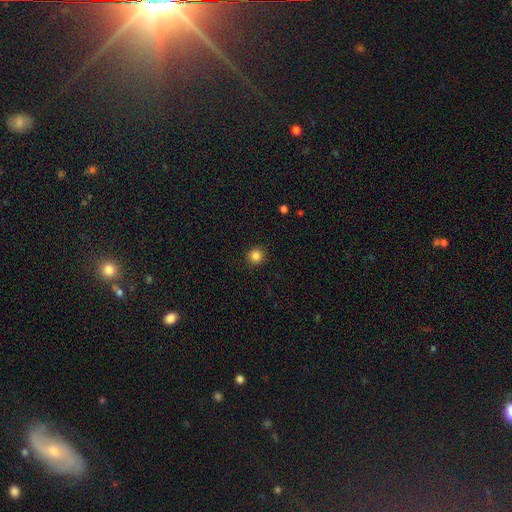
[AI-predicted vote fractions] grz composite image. It shows a smooth galaxy with no disk features (85%) that is round (92%). Merging: none (92%).